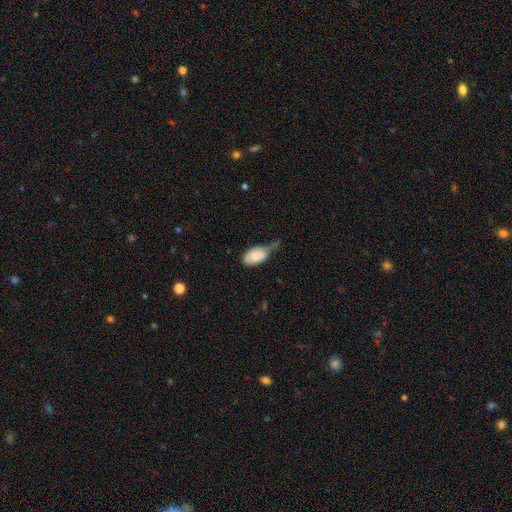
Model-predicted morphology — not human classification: smooth_or_featured: smooth (p=0.77) [alt: featured or disk p=0.16]
how_rounded: in between (p=0.92) [alt: round p=0.06]
merging: minor disturbance (p=0.45) [alt: major disturbance p=0.24]